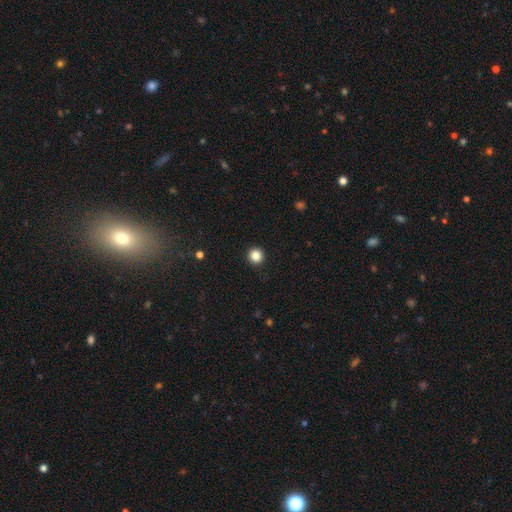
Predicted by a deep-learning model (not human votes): This is clearly a smooth galaxy (85%). How rounded: clearly round (96%). Merging: clearly none (94%).